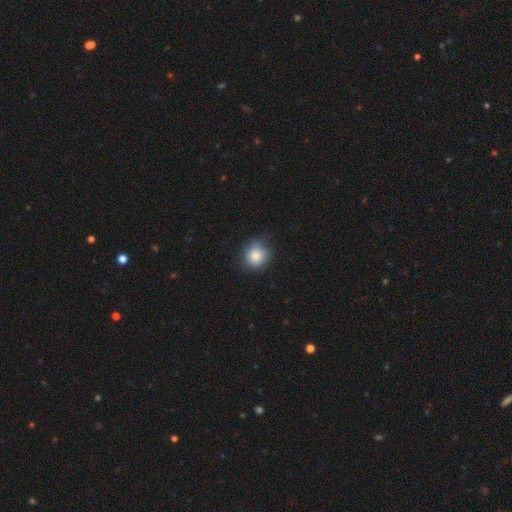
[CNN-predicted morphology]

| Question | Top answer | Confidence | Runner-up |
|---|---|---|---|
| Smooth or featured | smooth | 82% | star or artifact (9%) |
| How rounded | round | 82% | in between (17%) |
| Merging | none | 70% | minor disturbance (23%) |